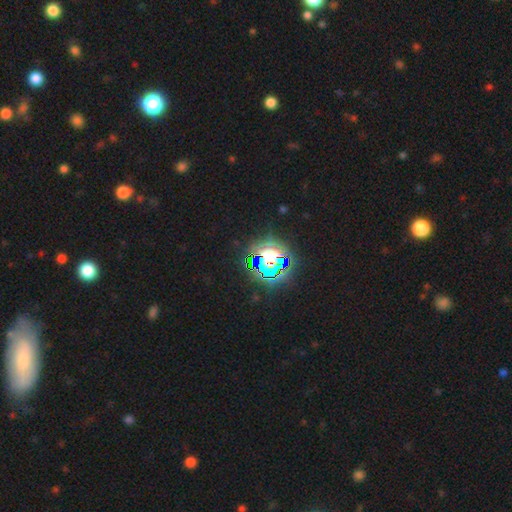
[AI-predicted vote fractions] A star or artifact, not a galaxy (79%).